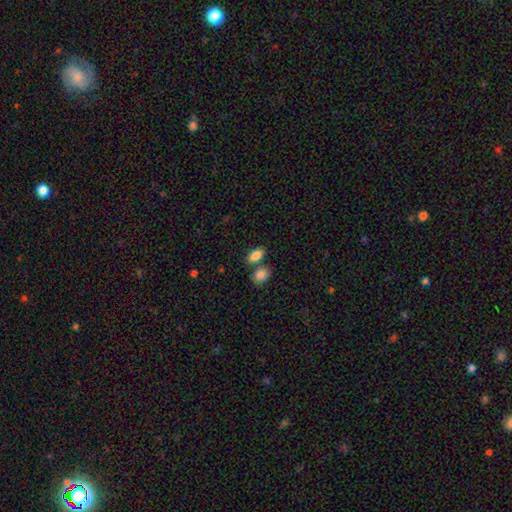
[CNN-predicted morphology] Overall: smooth (86%). How rounded: in between (89%). Merging: none (63%; merger 23%).